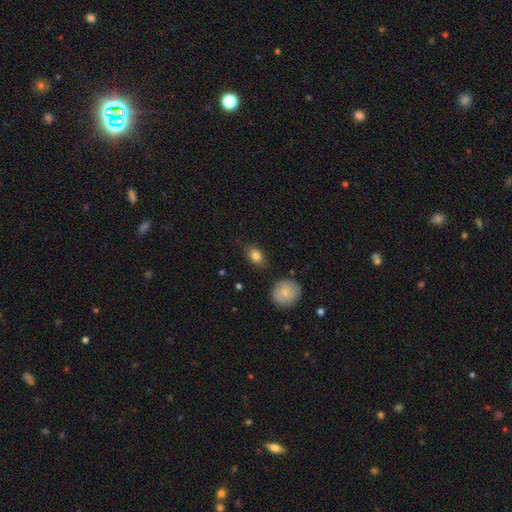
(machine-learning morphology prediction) Q: Smooth or featured?
A: smooth (84%); runner-up: star or artifact (9%)
Q: How rounded?
A: in between (74%); runner-up: round (24%)
Q: Merging?
A: none (81%); runner-up: minor disturbance (13%)